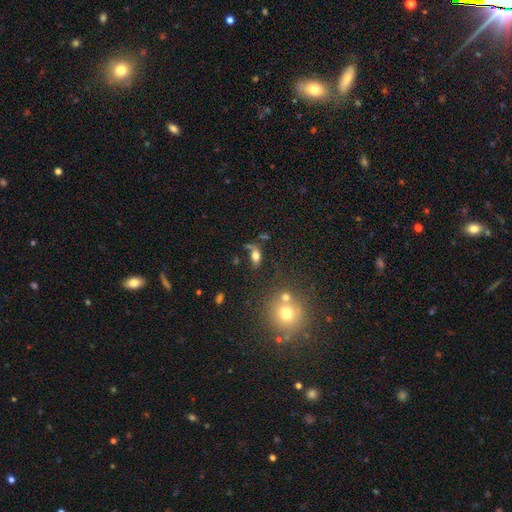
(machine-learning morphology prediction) Q: Smooth or featured?
A: smooth (66%); runner-up: featured or disk (22%)
Q: How rounded?
A: in between (81%); runner-up: cigar-shaped (10%)
Q: Merging?
A: none (51%); runner-up: minor disturbance (21%)